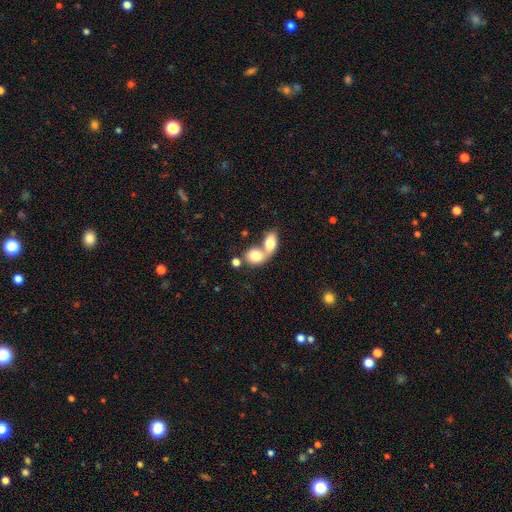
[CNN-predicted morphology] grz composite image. It shows a smooth galaxy with no disk features (78%) that is in between round and cigar-shaped (55%). Merging: merger (74%).